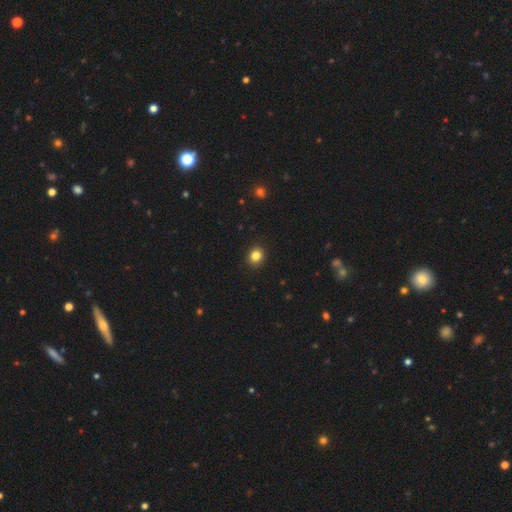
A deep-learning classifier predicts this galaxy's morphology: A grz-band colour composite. It shows a smooth galaxy with no disk features (83%) that is round (77%). Merging: none (92%).